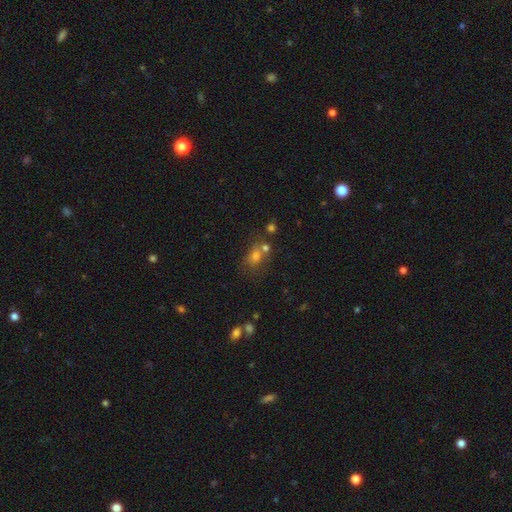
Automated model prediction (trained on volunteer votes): Smooth or featured? smooth (66%)
How rounded? round (52%)
Merging? none (45%)